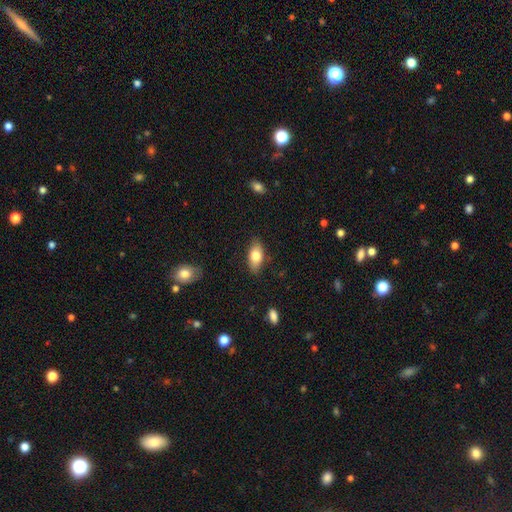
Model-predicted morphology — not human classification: Overall: smooth (78%). How rounded: in between (89%). Merging: none (83%).